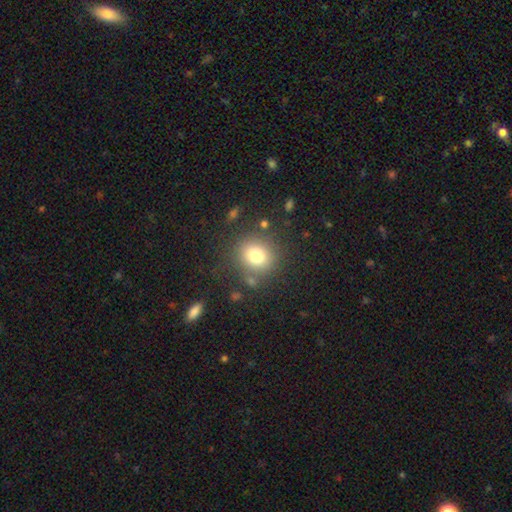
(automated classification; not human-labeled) Overall: smooth (80%). How rounded: round (77%). Merging: none (78%).